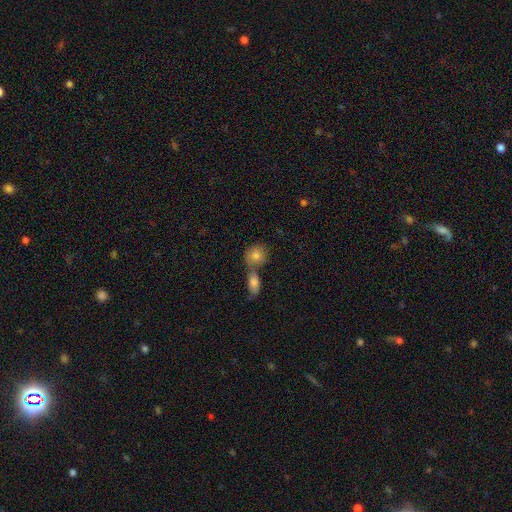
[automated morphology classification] Smooth or featured: smooth — 77% (featured or disk — 14%)
How rounded: round — 68% (in between — 30%)
Merging: merger — 46% (none — 42%)